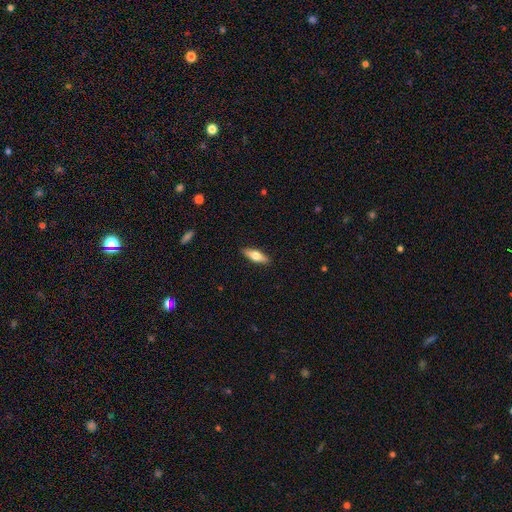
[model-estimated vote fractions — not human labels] The model was most divided on "how rounded": in between: 53%, cigar-shaped: 44%, round: 3%. More confident: merging — none (89%); smooth or featured — smooth (58%).